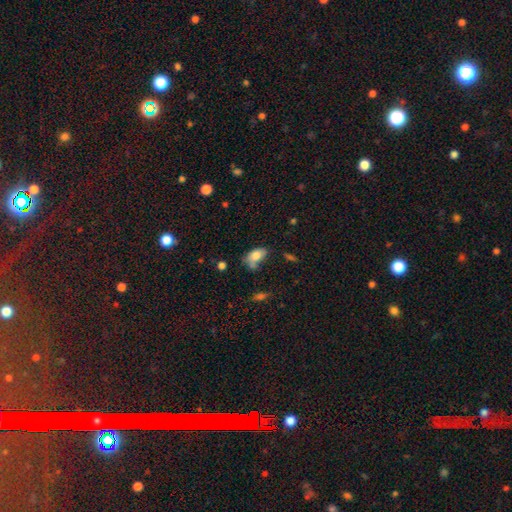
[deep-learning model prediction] Smooth or featured? smooth (76%)
How rounded? in between (89%)
Merging? none (38%)